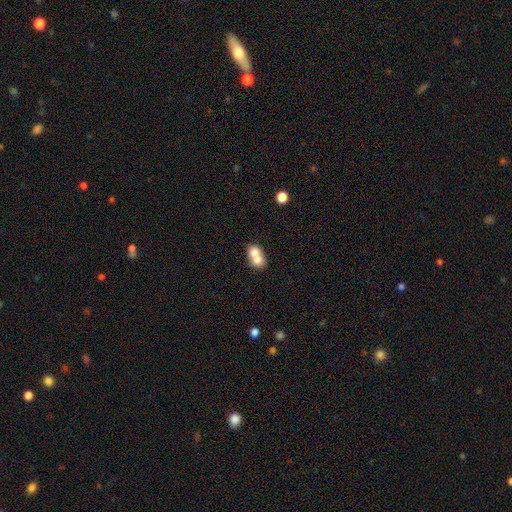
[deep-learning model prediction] A smooth galaxy with no disk features (69%) that is round (50%). Merging: merger (71%).